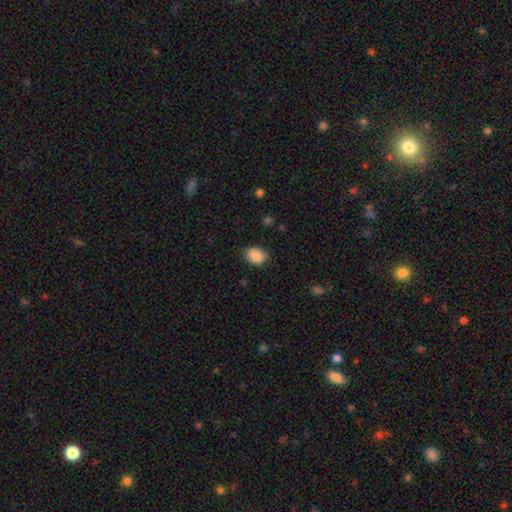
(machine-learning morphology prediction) smooth 88%, star or artifact 8%, featured or disk 4%. Down the decision tree: how rounded — in between (60%); merging — none (81%).